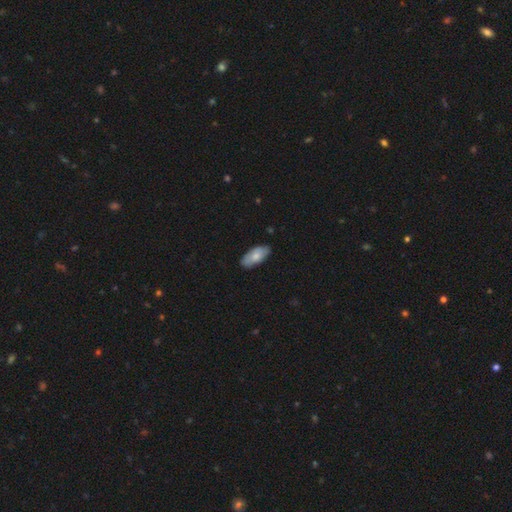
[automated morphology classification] smooth 72%, featured or disk 23%, star or artifact 6%. Down the decision tree: how rounded — in between (90%); merging — none (77%).